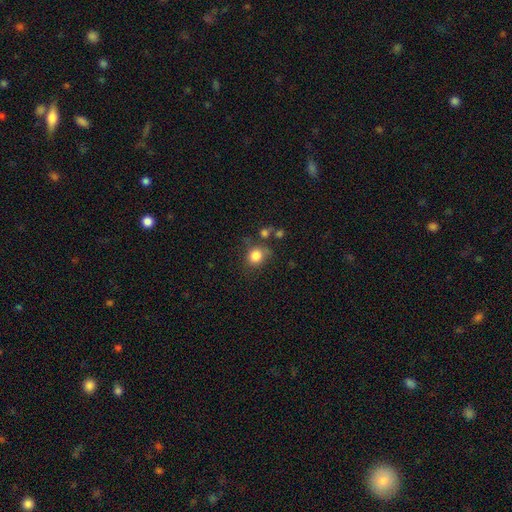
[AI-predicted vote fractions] Q: Smooth or featured?
A: smooth (83%); runner-up: star or artifact (11%)
Q: How rounded?
A: round (75%); runner-up: in between (24%)
Q: Merging?
A: none (65%); runner-up: minor disturbance (19%)